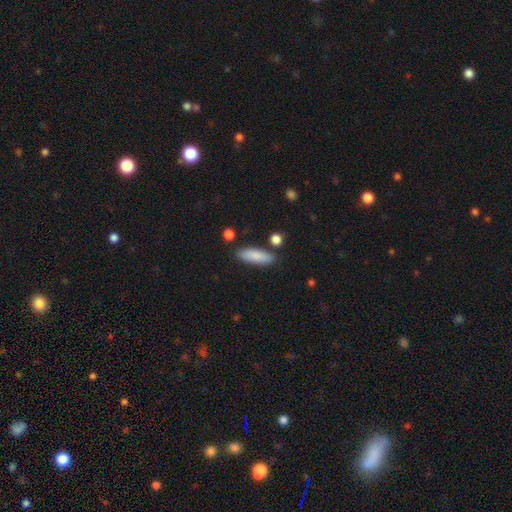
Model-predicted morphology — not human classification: Smooth or featured? Predicted: smooth (p=0.85). How rounded? Predicted: in between (p=0.49, tied with cigar-shaped). Merging? Predicted: none (p=0.84).